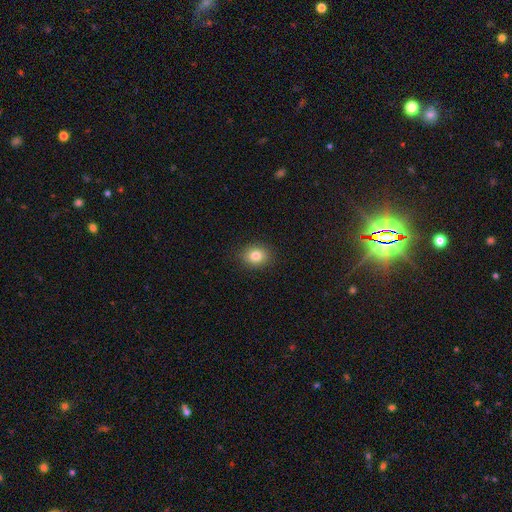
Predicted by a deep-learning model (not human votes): The model was most divided on "how rounded": round: 57%, in between: 42%, cigar-shaped: 1%. More confident: merging — none (89%); smooth or featured — smooth (82%).